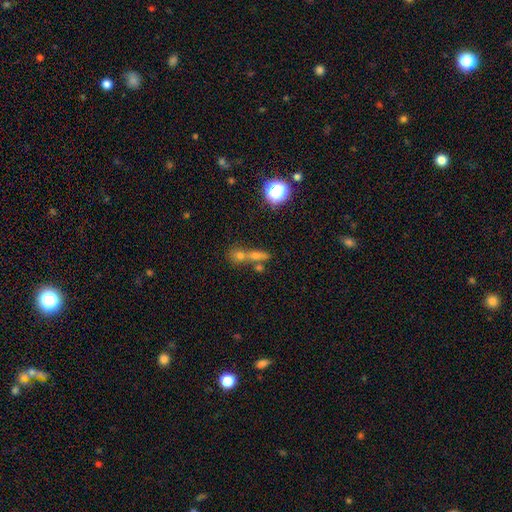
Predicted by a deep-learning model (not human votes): Smooth or featured? Predicted: smooth (p=0.49). Merging? Predicted: none (p=0.44).